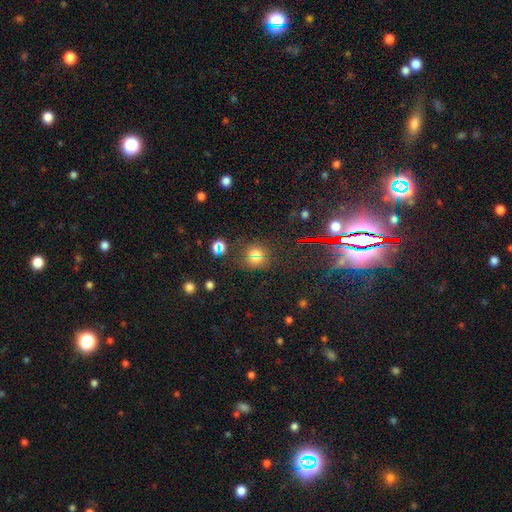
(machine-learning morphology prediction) This is possibly a smooth galaxy (56%). How rounded: clearly round (83%). Merging: likely none (63%).